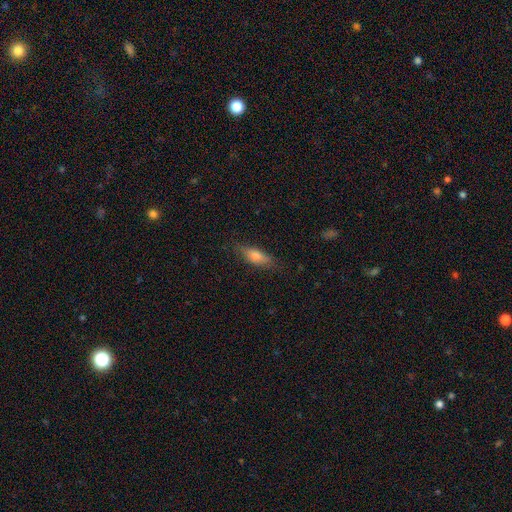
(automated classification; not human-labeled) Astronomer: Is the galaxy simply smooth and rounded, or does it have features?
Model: smooth — 63%.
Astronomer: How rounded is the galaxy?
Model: in between — 50% (runner-up: cigar-shaped, 47%).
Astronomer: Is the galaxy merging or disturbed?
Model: none — 80%.